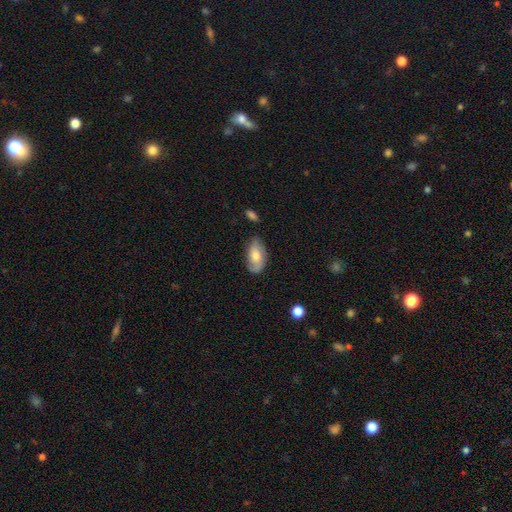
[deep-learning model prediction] Q: Smooth or featured?
A: smooth (58%); runner-up: featured or disk (35%)
Q: How rounded?
A: in between (92%); runner-up: round (4%)
Q: Merging?
A: none (69%); runner-up: minor disturbance (23%)